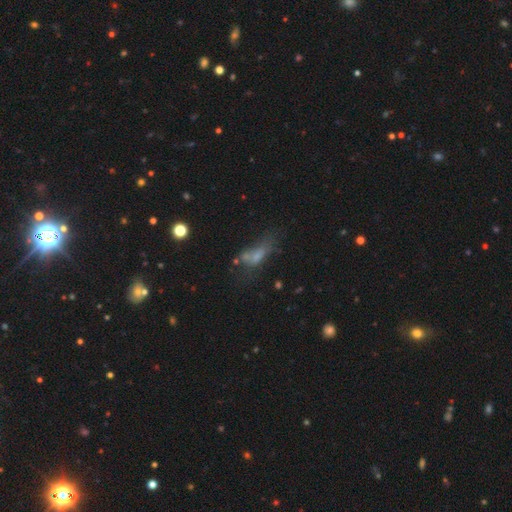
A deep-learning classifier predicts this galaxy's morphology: Smooth or featured: smooth — 51% (featured or disk — 31%)
How rounded: in between — 68% (cigar-shaped — 25%)
Merging: major disturbance — 37% (none — 26%)